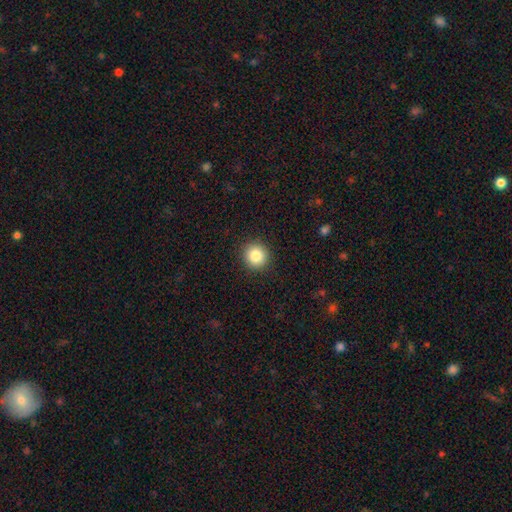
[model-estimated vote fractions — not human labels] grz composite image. It shows a smooth galaxy with no disk features (86%) that is round (91%). Merging: none (91%).